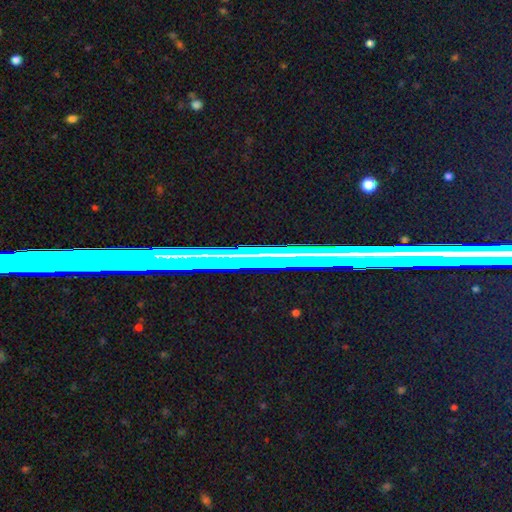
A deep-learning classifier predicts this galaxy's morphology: Smooth or featured? star or artifact (75%)